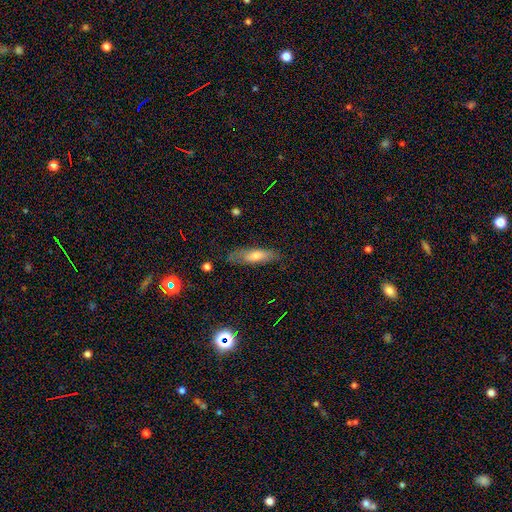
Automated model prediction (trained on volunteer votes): Overall: smooth (62%; featured or disk 29%). How rounded: cigar-shaped (59%; in between 38%). Merging: none (76%).